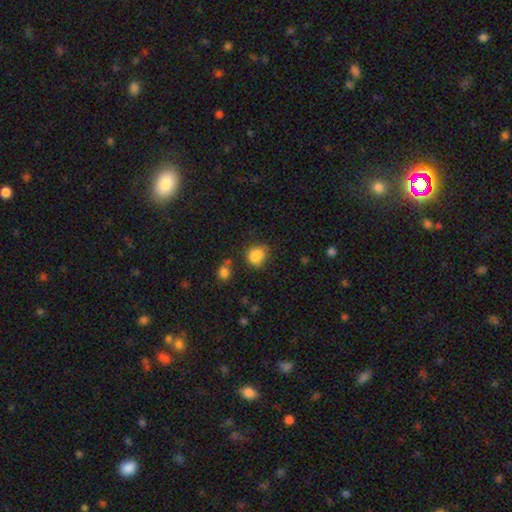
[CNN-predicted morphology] The model was most divided on "how rounded": round: 58%, in between: 41%, cigar-shaped: 1%. More confident: smooth or featured — smooth (83%); merging — none (60%).